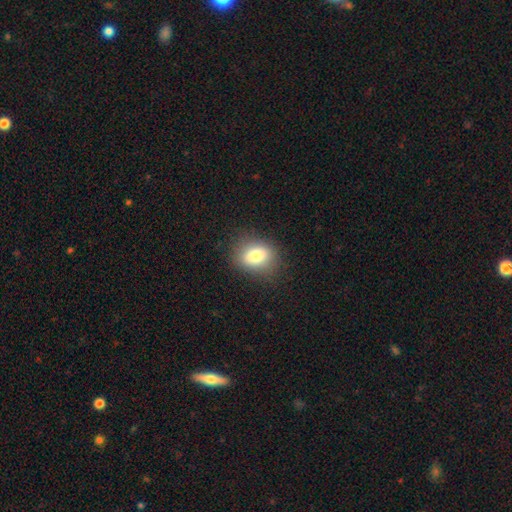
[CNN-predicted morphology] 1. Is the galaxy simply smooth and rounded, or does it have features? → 80% smooth, 10% featured or disk, 10% star or artifact.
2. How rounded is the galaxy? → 65% in between, 34% round, 2% cigar-shaped.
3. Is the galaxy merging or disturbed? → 83% none, 12% minor disturbance, 4% major disturbance, 1% merger.